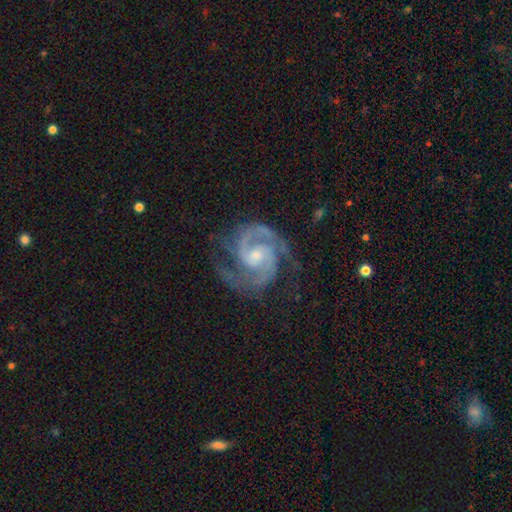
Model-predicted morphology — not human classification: A featured or disk galaxy (93%) with no bar (49%), 2 (86%) medium (49%) spiral arms (99%) and a small central bulge (55%). Merging: none (74%).